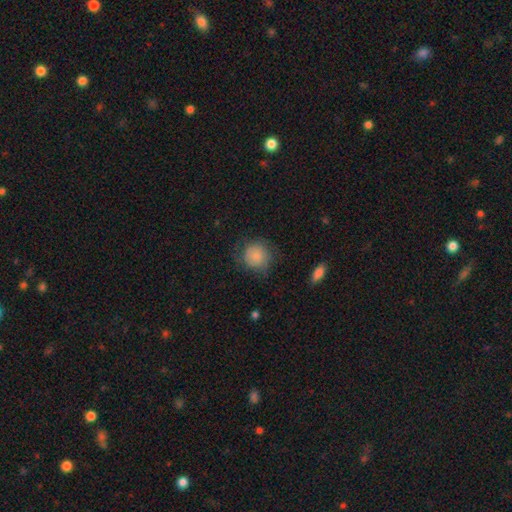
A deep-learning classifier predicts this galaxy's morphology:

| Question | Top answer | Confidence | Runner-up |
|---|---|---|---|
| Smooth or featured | smooth | 78% | featured or disk (15%) |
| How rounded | round | 89% | in between (10%) |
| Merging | none | 66% | minor disturbance (22%) |